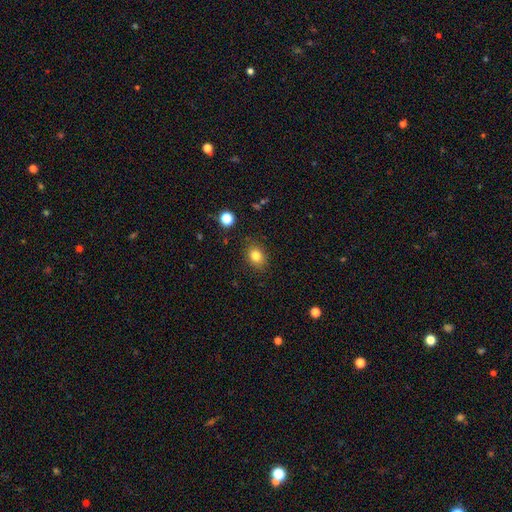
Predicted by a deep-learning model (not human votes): A smooth galaxy with no disk features (81%) that is round (51%). Merging: none (85%).